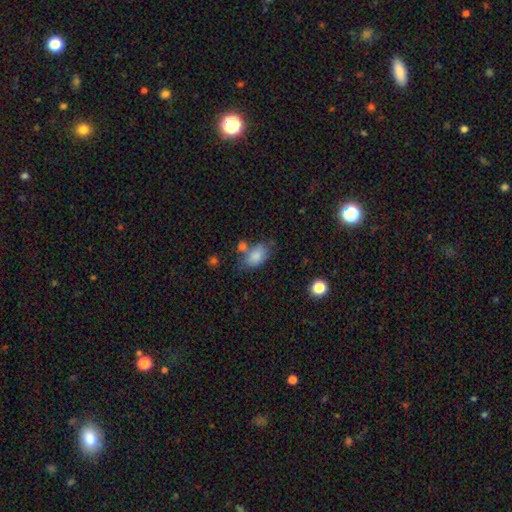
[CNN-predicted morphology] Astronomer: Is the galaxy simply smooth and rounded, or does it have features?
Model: smooth — 82%.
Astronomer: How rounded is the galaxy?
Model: in between — 88%.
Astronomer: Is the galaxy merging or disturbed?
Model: none — 50%.